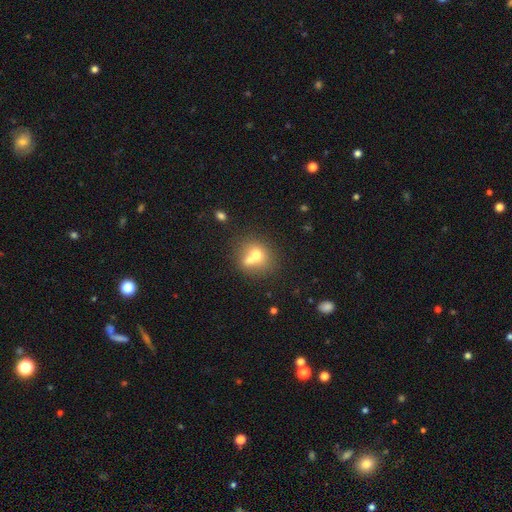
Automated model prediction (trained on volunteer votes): This appears to be a smooth galaxy with no disk features (65%) that is round (72%). Merging: merger (55%).